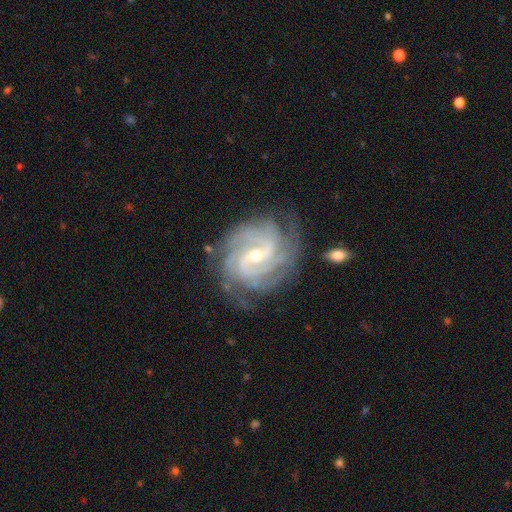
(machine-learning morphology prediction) featured or disk 92%, star or artifact 5%, smooth 4%. Down the decision tree: edge-on disk — no (98%); bar — weak (51%); spiral arms — yes (98%); spiral arm count — 4 (30%); spiral winding — tight (67%); bulge size — small (58%); merging — none (77%).